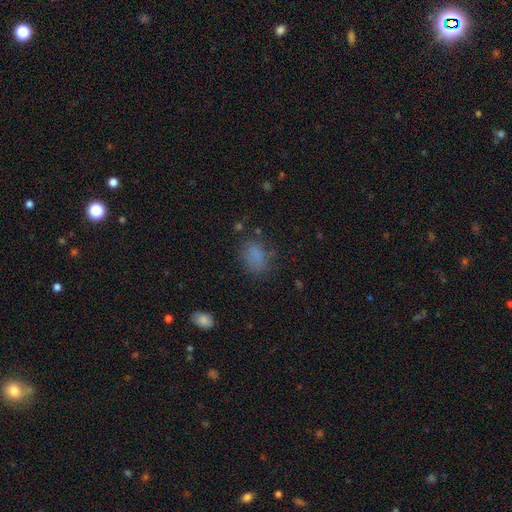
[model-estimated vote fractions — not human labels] This appears to be a smooth galaxy with no disk features (77%) that is in between round and cigar-shaped (74%). Merging: none (64%).